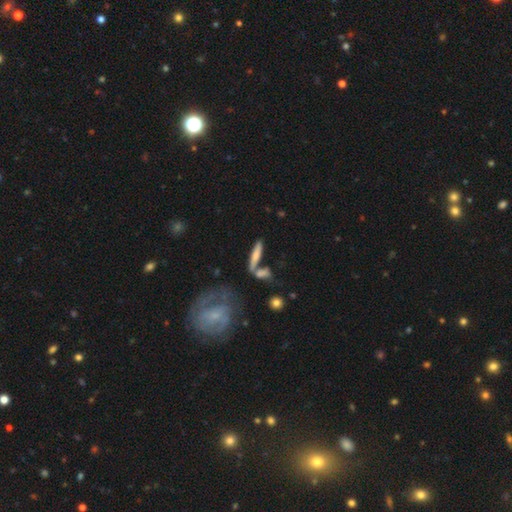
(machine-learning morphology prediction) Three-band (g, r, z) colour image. It shows a smooth galaxy with no disk features (57%) that is cigar-shaped (79%). Merging: none (57%).